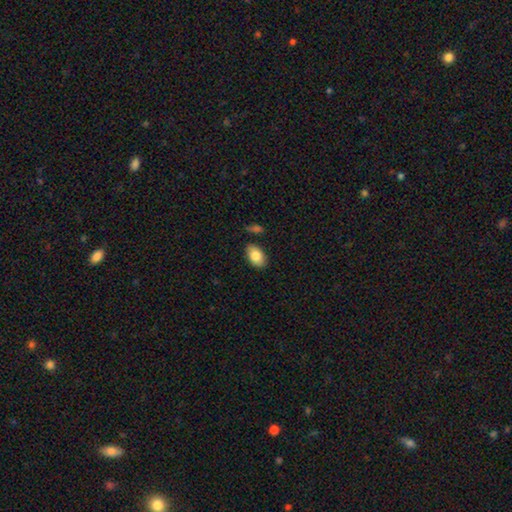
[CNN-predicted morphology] This is clearly a smooth galaxy (83%). How rounded: clearly in between (92%). Merging: clearly none (83%).